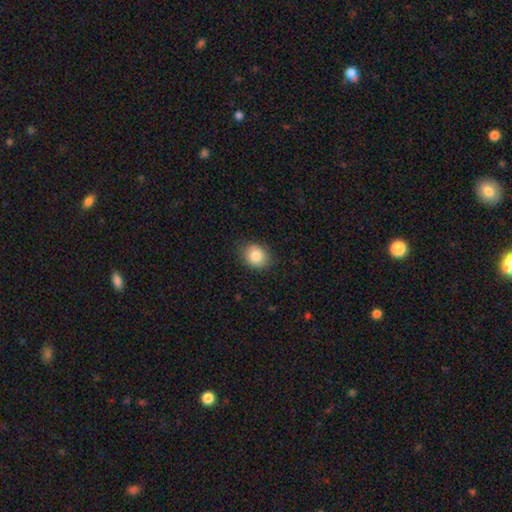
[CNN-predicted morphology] Smooth or featured?
  - smooth: 85% *
  - star or artifact: 8%
  - featured or disk: 7%
How rounded?
  - round: 60% *
  - in between: 39%
  - cigar-shaped: 1%
Merging?
  - none: 84% *
  - minor disturbance: 12%
  - major disturbance: 3%
  - merger: 1%